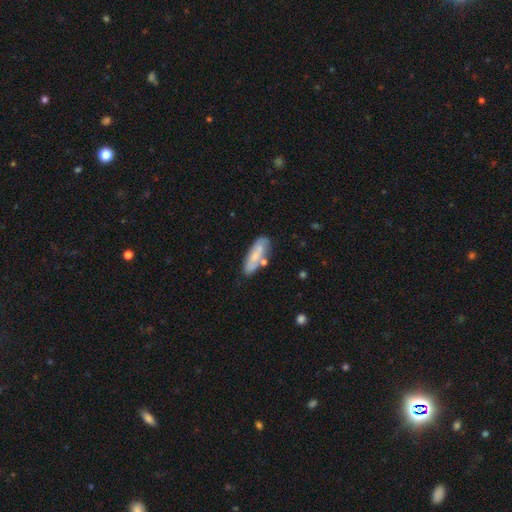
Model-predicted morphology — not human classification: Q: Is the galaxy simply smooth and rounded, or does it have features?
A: smooth — 55%.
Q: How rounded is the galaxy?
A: in between — 56%.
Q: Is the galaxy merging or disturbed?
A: none — 60%.